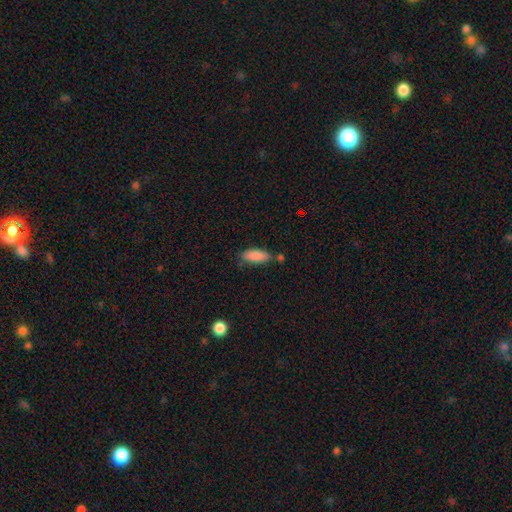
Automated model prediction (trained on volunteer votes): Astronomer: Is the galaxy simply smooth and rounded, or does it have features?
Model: smooth — 87%.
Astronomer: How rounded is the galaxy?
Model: in between — 73%.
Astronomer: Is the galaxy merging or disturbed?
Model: none — 66%.